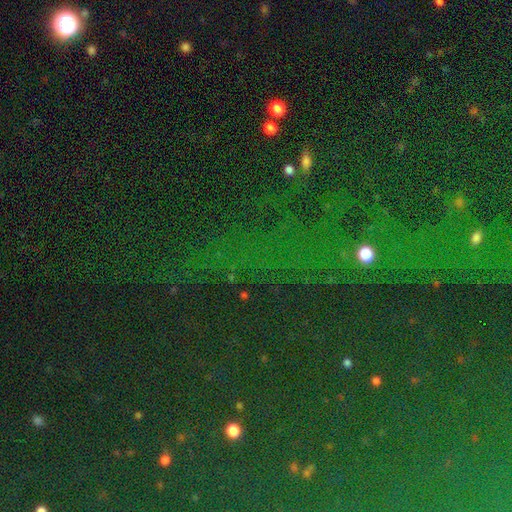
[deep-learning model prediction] This is clearly a star or artifact rather than a galaxy (82%).